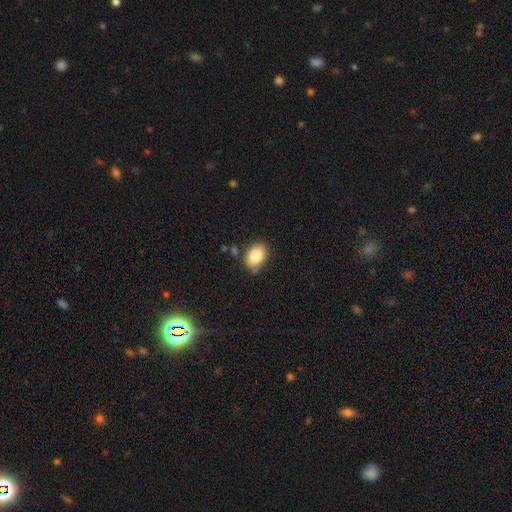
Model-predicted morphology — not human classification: Overall: smooth (83%). How rounded: in between (74%). Merging: none (79%).